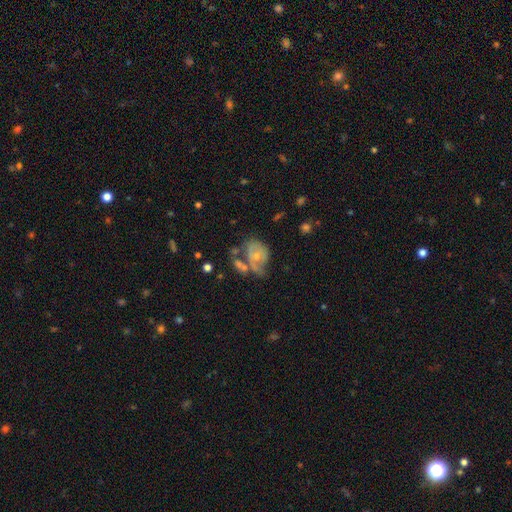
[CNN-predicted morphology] Smooth or featured? Predicted: featured or disk (p=0.51). Edge-on disk? Predicted: no (p=0.97). Merging? Predicted: none (p=0.27).